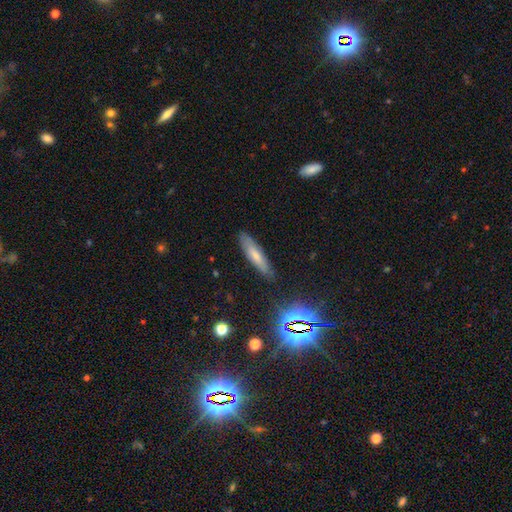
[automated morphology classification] Smooth or featured? Predicted: smooth (p=0.62). How rounded? Predicted: cigar-shaped (p=0.75). Merging? Predicted: none (p=0.84).